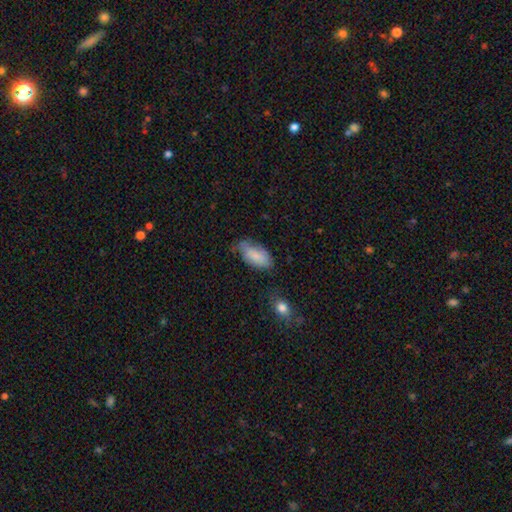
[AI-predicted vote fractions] A smooth galaxy with no disk features (79%) that is in between round and cigar-shaped (92%).

Vote fractions:
- Smooth or featured? smooth: 79% / featured or disk: 14% / star or artifact: 7%
- How rounded? in between: 92% / cigar-shaped: 5% / round: 3%
- Merging? none: 53% / minor disturbance: 34% / major disturbance: 9% / merger: 4%